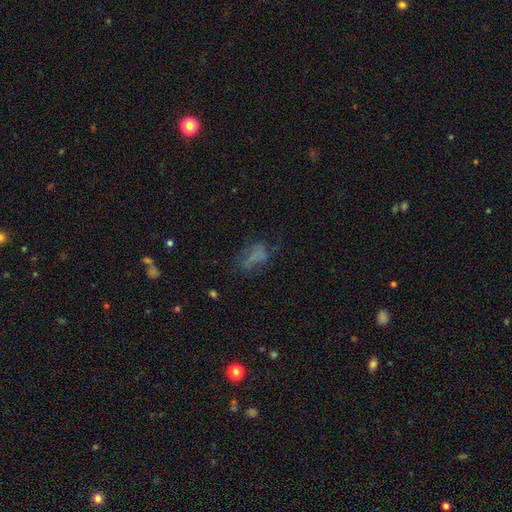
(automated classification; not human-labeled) Smooth or featured?
  - smooth: 54% *
  - featured or disk: 27%
  - star or artifact: 19%
How rounded?
  - in between: 75% *
  - cigar-shaped: 14%
  - round: 11%
Merging?
  - none: 43% *
  - major disturbance: 29%
  - minor disturbance: 23%
  - merger: 5%